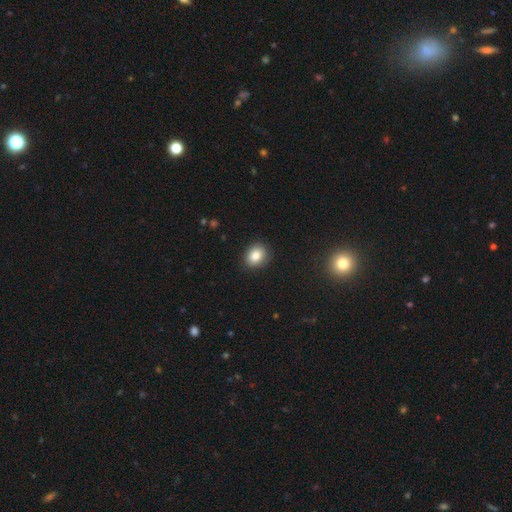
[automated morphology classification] This is clearly a smooth galaxy (83%). How rounded: possibly round (58%). Merging: clearly none (89%).